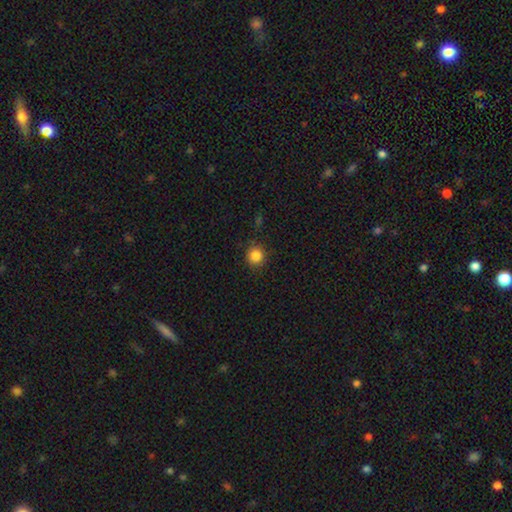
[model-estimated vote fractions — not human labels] Smooth or featured? Predicted: smooth (p=0.85). How rounded? Predicted: round (p=0.92). Merging? Predicted: none (p=0.86).